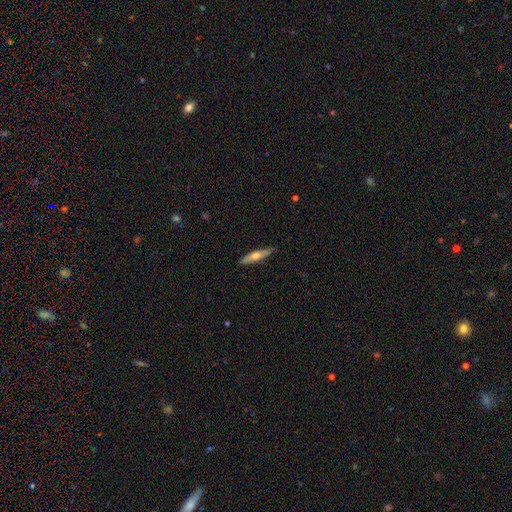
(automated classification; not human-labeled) Q: Smooth or featured?
A: featured or disk (49%); runner-up: smooth (46%)
Q: Merging?
A: none (89%); runner-up: minor disturbance (8%)